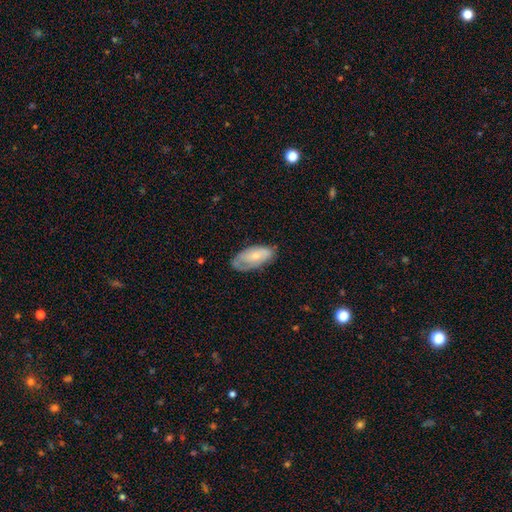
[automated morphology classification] Smooth or featured: smooth — 57% (featured or disk — 37%)
How rounded: in between — 90% (cigar-shaped — 7%)
Merging: none — 60% (minor disturbance — 29%)